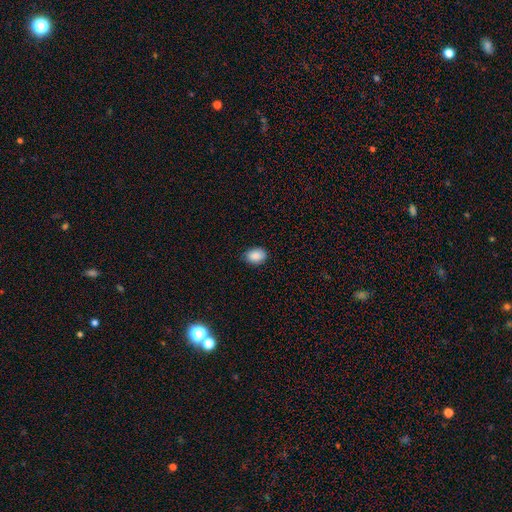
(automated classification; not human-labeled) Morphology: type=smooth (88%); roundness=in between (73%); merging=none (81%).